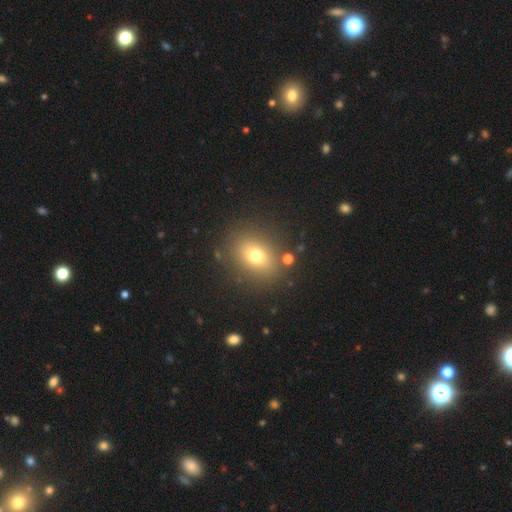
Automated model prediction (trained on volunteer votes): smooth-or-featured: smooth: 72% | star or artifact: 15% | featured or disk: 13%
  how-rounded: in between: 56% | round: 43% | cigar-shaped: 1%
  merging: none: 83% | minor disturbance: 9% | major disturbance: 4% | merger: 4%